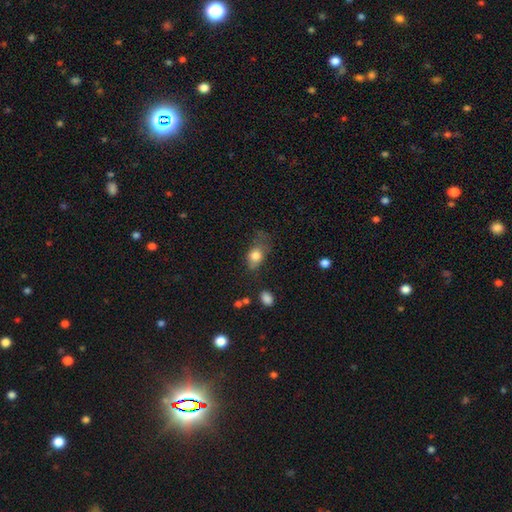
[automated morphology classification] Smooth or featured? smooth (78%)
How rounded? in between (71%)
Merging? none (36%)